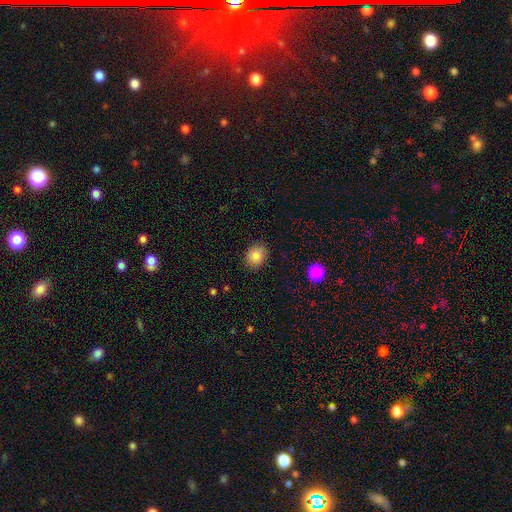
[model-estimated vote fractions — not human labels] Morphology: type=smooth (84%); roundness=round (52%); merging=none (87%).